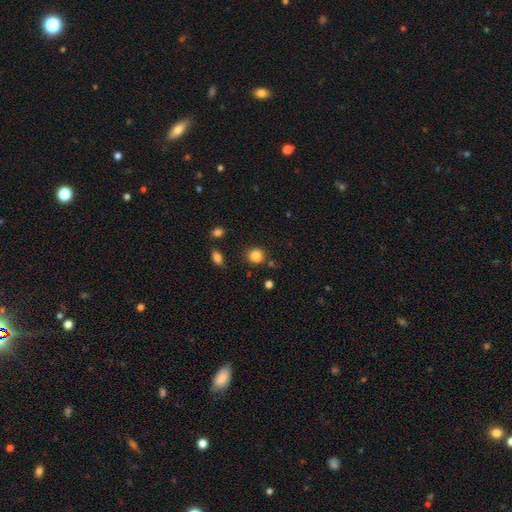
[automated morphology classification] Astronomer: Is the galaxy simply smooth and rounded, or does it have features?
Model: smooth — 85%.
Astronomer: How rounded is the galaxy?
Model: round — 83%.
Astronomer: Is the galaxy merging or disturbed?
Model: none — 81%.